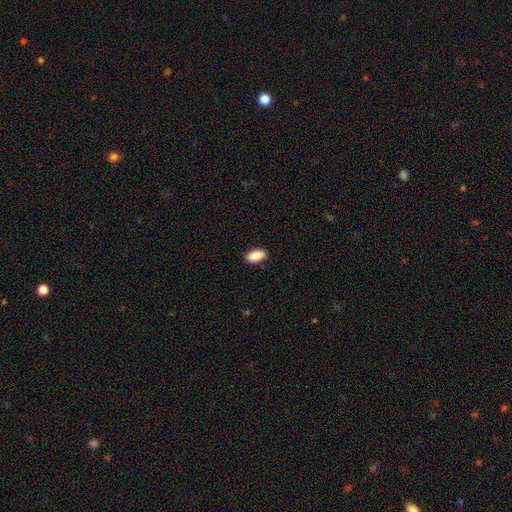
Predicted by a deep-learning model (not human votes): Smooth or featured: smooth — 90% (star or artifact — 7%)
How rounded: in between — 92% (cigar-shaped — 5%)
Merging: none — 88% (minor disturbance — 9%)